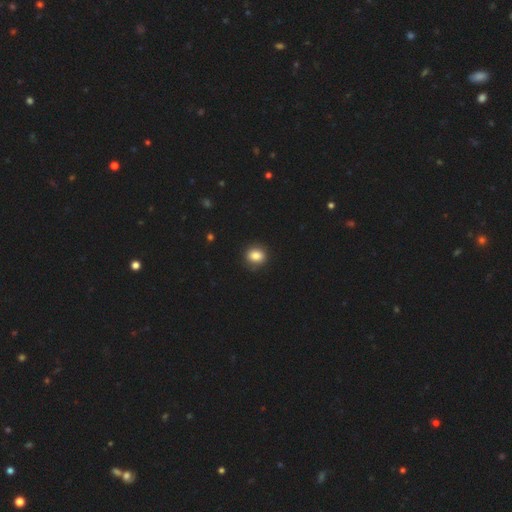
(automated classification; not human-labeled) Morphology: type=smooth (83%); roundness=round (64%); merging=none (88%).